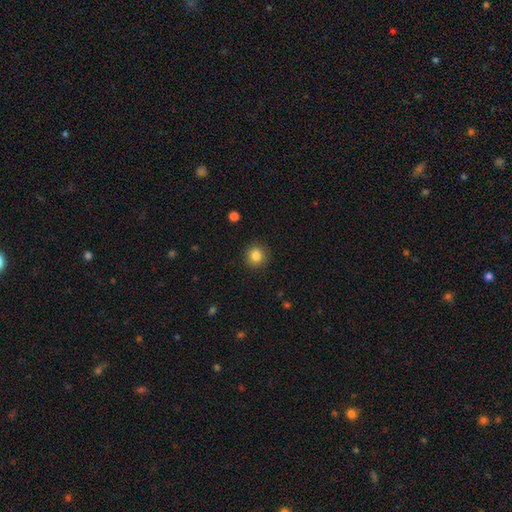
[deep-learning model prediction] A smooth galaxy with no disk features (84%) that is round (93%). Merging: none (91%).